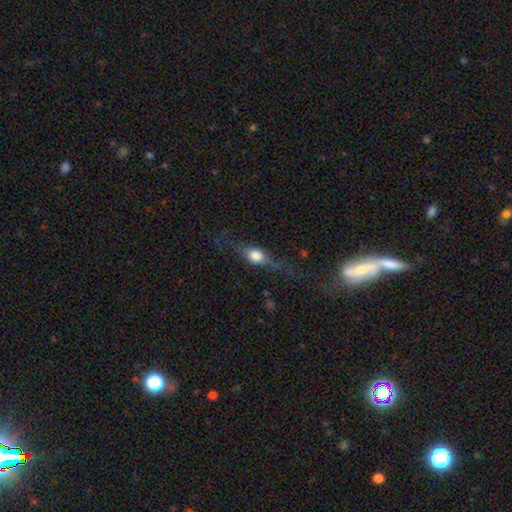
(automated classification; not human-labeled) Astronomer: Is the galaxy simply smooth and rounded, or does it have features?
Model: smooth — 51% (runner-up: featured or disk, 40%).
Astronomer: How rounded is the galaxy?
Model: in between — 50% (runner-up: cigar-shaped, 27%).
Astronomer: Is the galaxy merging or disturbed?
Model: none — 61%.